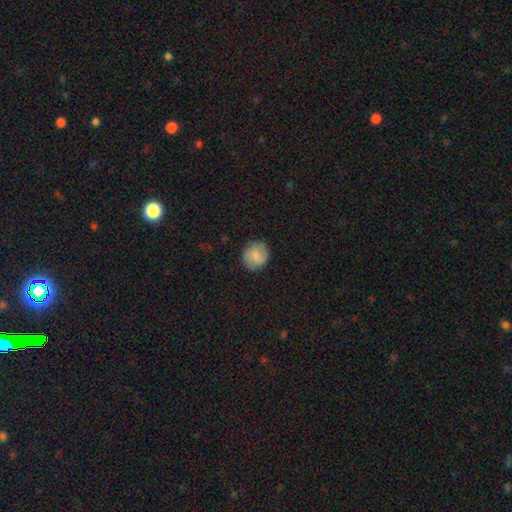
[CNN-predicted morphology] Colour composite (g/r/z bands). It shows a smooth galaxy with no disk features (71%) that is round (79%). Merging: none (84%).